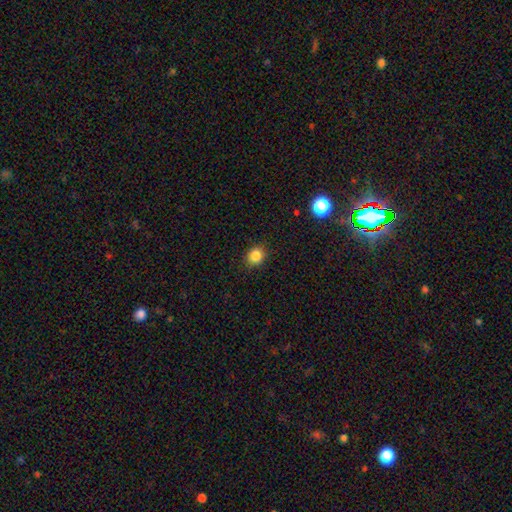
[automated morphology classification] type=smooth (85%); roundness=round (71%); merging=none (89%).